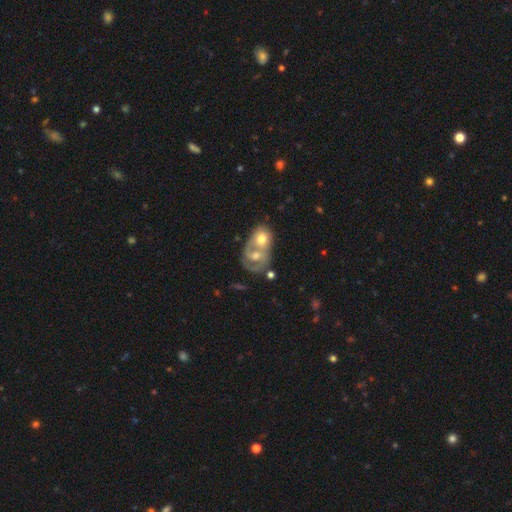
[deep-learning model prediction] Smooth or featured? featured or disk (62%)
Edge-on disk? no (96%)
Bar? no (68%)
Spiral arms? yes (65%)
Bulge size? moderate (66%)
Merging? merger (73%)